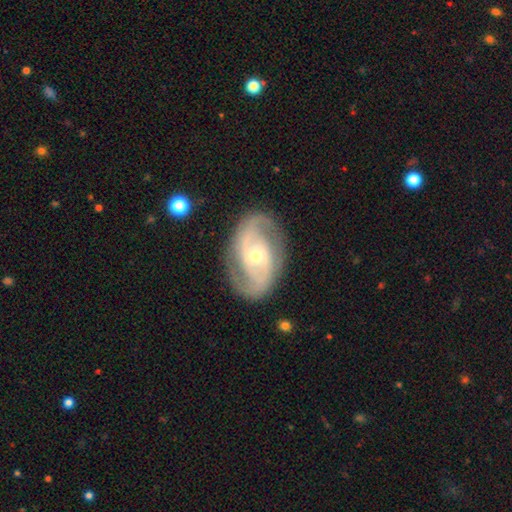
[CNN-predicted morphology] A featured or disk galaxy (89%) with no bar (49%), 2 (90%) medium (53%) spiral arms (95%) and a small central bulge (55%). Merging: none (83%).